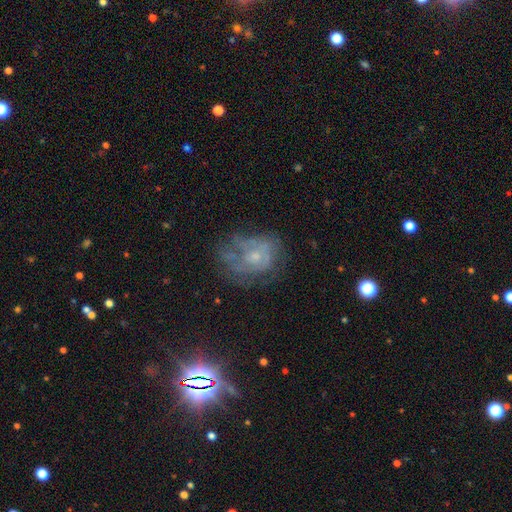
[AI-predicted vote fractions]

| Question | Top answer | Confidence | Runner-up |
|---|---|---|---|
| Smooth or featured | featured or disk | 62% | smooth (25%) |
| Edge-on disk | no | 97% | yes (3%) |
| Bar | no | 82% | weak (16%) |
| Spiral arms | yes | 53% | no (47%) |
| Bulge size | small | 57% | moderate (29%) |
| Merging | none | 46% | major disturbance (26%) |